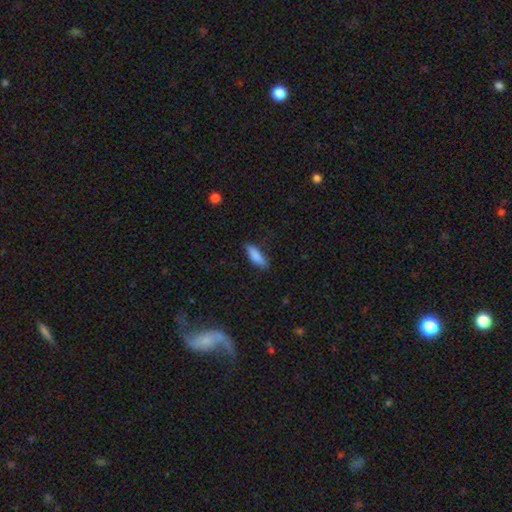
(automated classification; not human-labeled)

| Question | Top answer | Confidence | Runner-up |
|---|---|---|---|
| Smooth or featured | smooth | 87% | featured or disk (7%) |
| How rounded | in between | 53% | cigar-shaped (46%) |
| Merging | none | 79% | minor disturbance (17%) |